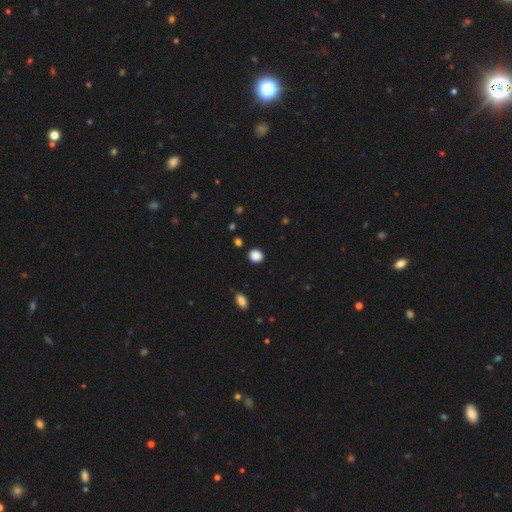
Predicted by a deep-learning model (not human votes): This is clearly a smooth galaxy (88%). How rounded: likely round (66%). Merging: clearly none (89%).